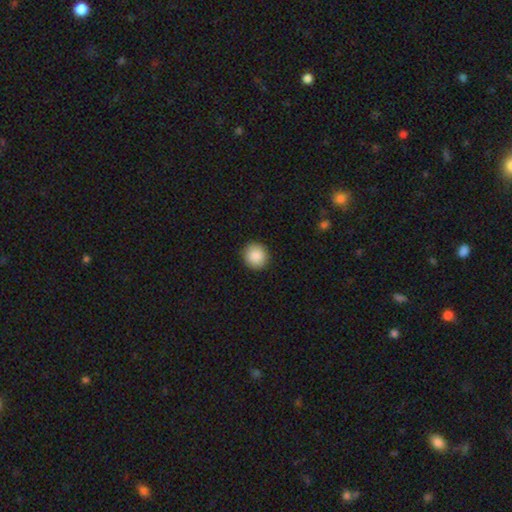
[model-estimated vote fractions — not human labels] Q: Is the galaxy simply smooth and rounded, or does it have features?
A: smooth — 88%.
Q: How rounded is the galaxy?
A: round — 93%.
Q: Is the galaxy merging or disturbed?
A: none — 91%.